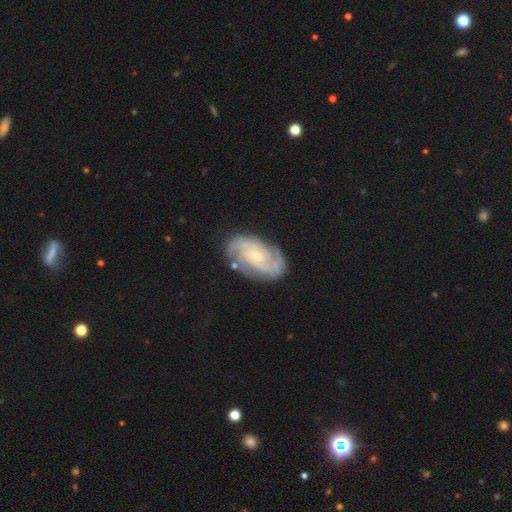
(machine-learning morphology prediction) Smooth or featured?
  - featured or disk: 84% *
  - smooth: 10%
  - star or artifact: 6%
Edge-on disk?
  - no: 97% *
  - yes: 3%
Bar?
  - no: 61% *
  - weak: 32%
  - strong: 7%
Spiral arms?
  - yes: 96% *
  - no: 4%
Spiral winding?
  - tight: 49% *
  - medium: 41%
  - loose: 10%
Spiral arm count?
  - 2: 42% *
  - 3: 22%
  - can't tell: 20%
  - 4: 7%
  - 1: 4%
  - more than 4: 4%
Bulge size?
  - small: 67% *
  - moderate: 23%
  - none: 7%
  - large: 2%
  - dominant: 1%
Merging?
  - none: 76% *
  - minor disturbance: 17%
  - major disturbance: 6%
  - merger: 2%